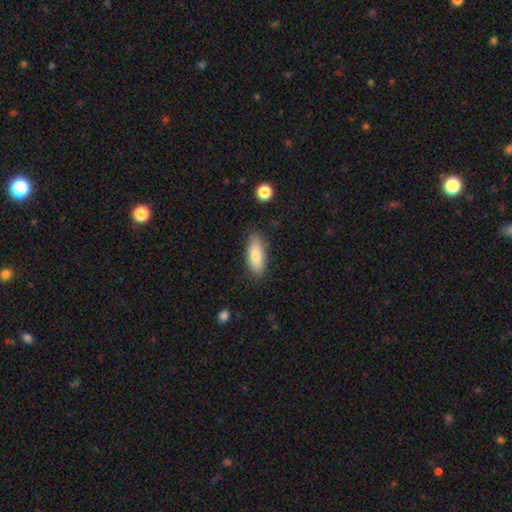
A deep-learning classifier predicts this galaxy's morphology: A smooth galaxy with no disk features (80%) that is in between round and cigar-shaped (72%). Merging: none (83%).